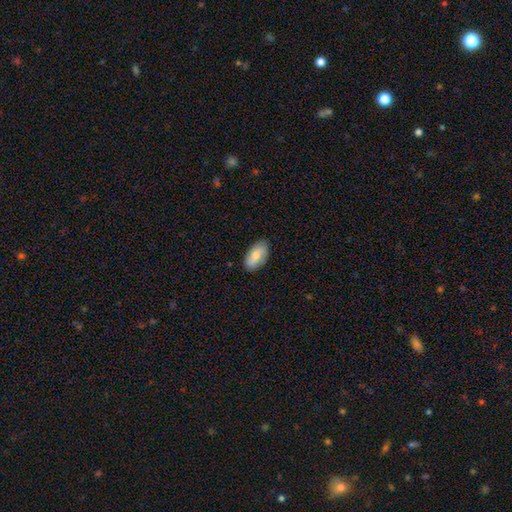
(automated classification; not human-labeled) Smooth or featured? Predicted: smooth (p=0.72). How rounded? Predicted: in between (p=0.93). Merging? Predicted: none (p=0.86).